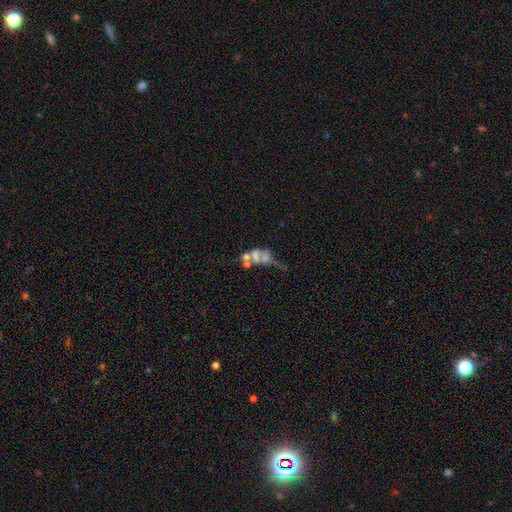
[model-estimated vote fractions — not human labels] This is possibly a featured or disk galaxy (48%). Merging: possibly merger (50%).